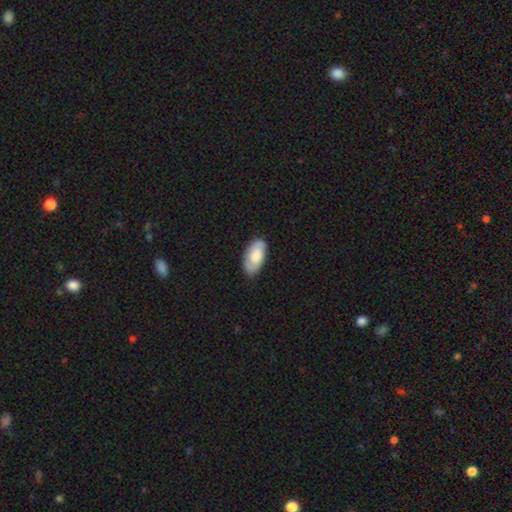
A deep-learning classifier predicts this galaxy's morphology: A smooth galaxy with no disk features (68%) that is in between round and cigar-shaped (94%).

Vote fractions:
- Smooth or featured? smooth: 68% / featured or disk: 26% / star or artifact: 6%
- How rounded? in between: 94% / cigar-shaped: 3% / round: 2%
- Merging? none: 81% / minor disturbance: 15% / major disturbance: 3% / merger: 1%